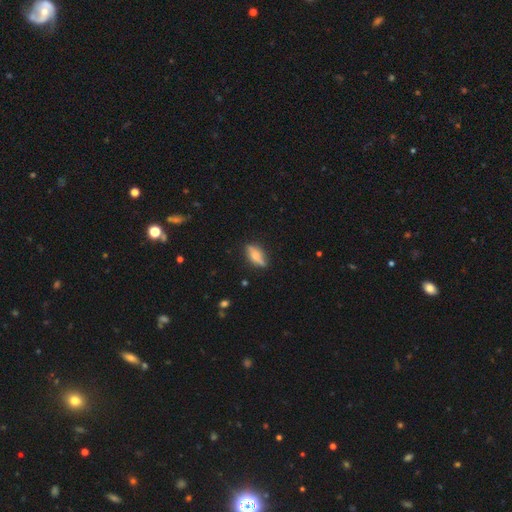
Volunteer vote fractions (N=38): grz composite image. It shows a featured or disk galaxy (61%) with no bar (50%), 2 (86%) loose (100%) spiral arms (58%) and a large central bulge (33%). Merging: none (86%).